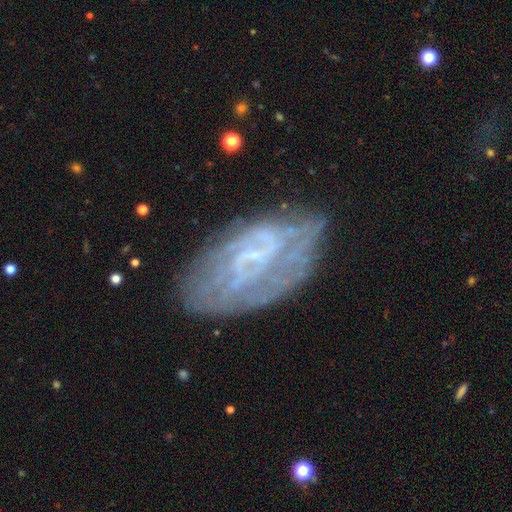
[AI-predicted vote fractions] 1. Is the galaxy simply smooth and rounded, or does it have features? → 76% featured or disk, 15% smooth, 9% star or artifact.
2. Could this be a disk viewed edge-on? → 95% no, 5% yes.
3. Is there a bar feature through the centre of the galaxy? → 45% weak, 37% no, 18% strong.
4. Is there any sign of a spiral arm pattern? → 77% yes, 23% no.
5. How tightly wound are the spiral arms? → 53% tight, 32% medium, 14% loose.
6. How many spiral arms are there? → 50% can't tell, 26% 2, 9% 3, 6% 1, 5% 4, 4% more than 4.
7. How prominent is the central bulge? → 59% small, 29% none, 10% moderate, 1% large, 1% dominant.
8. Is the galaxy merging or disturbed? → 64% none, 22% minor disturbance, 12% major disturbance, 3% merger.